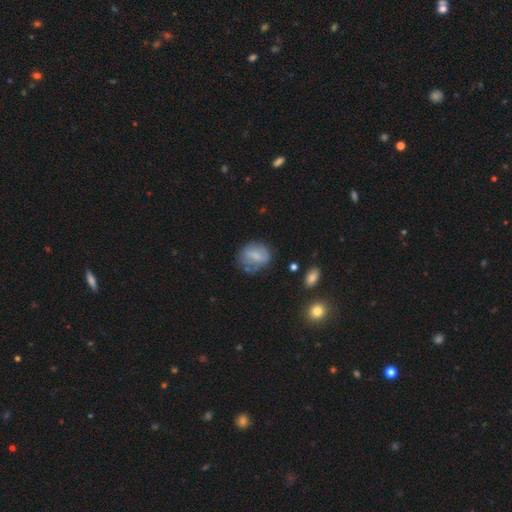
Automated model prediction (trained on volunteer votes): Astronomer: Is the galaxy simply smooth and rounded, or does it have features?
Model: smooth — 63%.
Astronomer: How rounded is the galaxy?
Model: round — 54% (runner-up: in between, 44%).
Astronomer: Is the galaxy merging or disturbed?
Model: none — 58%.